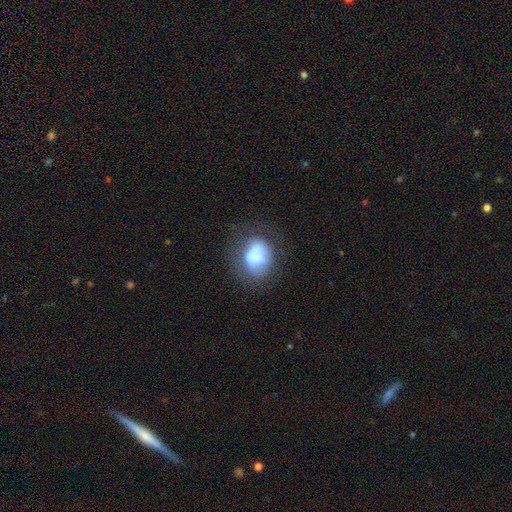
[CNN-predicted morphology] Q: Smooth or featured?
A: smooth (65%); runner-up: featured or disk (25%)
Q: How rounded?
A: in between (54%); runner-up: round (45%)
Q: Merging?
A: none (47%); runner-up: minor disturbance (26%)